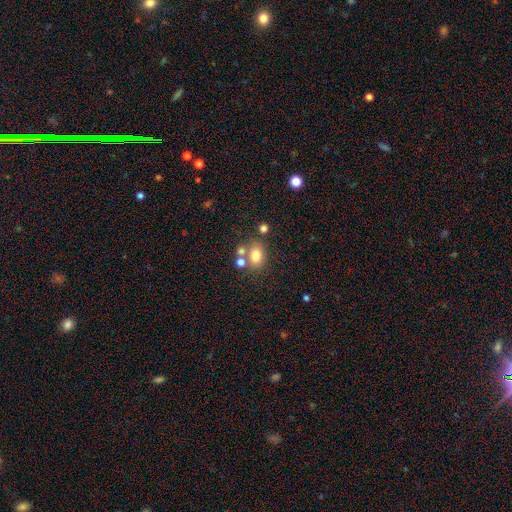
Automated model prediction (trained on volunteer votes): Morphology: type=smooth (75%); roundness=in between (60%); merging=none (59%).